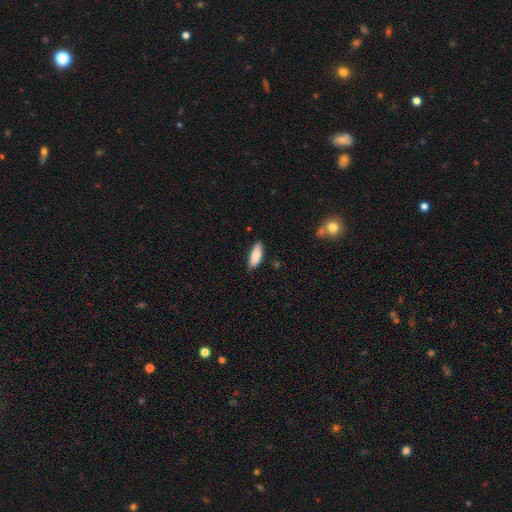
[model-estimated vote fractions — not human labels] The model was most divided on "how rounded": in between: 66%, cigar-shaped: 32%, round: 2%. More confident: merging — none (82%); smooth or featured — smooth (81%).